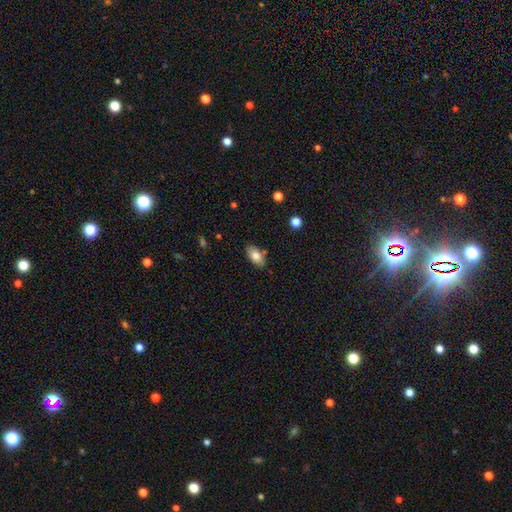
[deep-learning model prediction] A smooth galaxy with no disk features (80%) that is in between round and cigar-shaped (91%). Merging: none (82%).